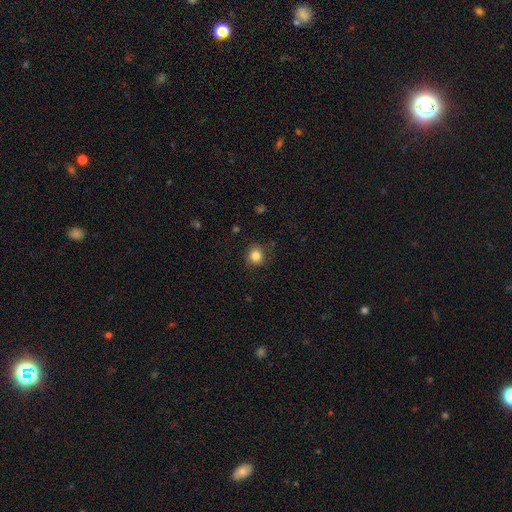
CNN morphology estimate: The model was most divided on "smooth or featured": smooth: 84%, star or artifact: 11%, featured or disk: 5%. More confident: how rounded — round (88%); merging — none (84%).